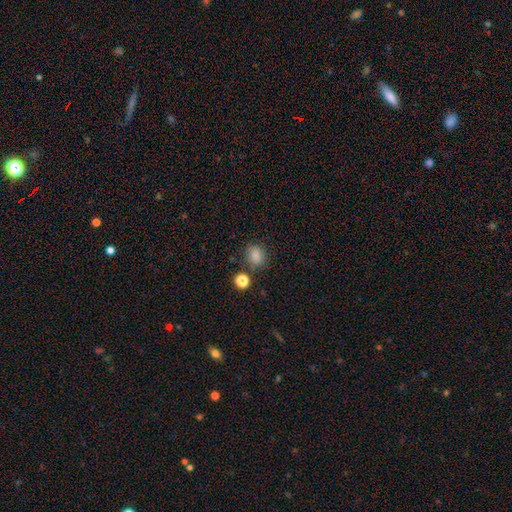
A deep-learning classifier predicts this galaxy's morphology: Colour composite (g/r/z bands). It shows a smooth galaxy with no disk features (84%) that is round (52%). Merging: none (77%).